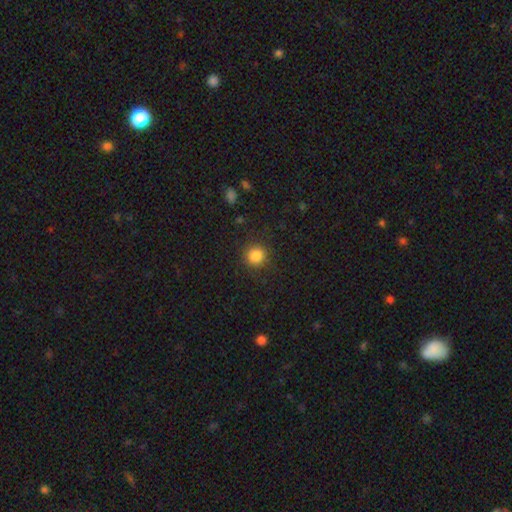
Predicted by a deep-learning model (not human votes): A smooth galaxy with no disk features (85%) that is round (92%).

Vote fractions:
- Smooth or featured? smooth: 85% / star or artifact: 11% / featured or disk: 4%
- How rounded? round: 92% / in between: 7% / cigar-shaped: 1%
- Merging? none: 88% / minor disturbance: 8% / major disturbance: 3% / merger: 1%